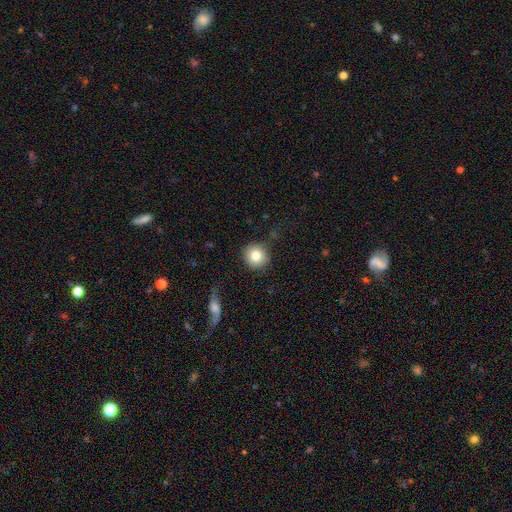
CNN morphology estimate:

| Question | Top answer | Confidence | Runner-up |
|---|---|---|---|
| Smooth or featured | smooth | 81% | featured or disk (10%) |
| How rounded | round | 93% | in between (6%) |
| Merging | none | 86% | minor disturbance (10%) |